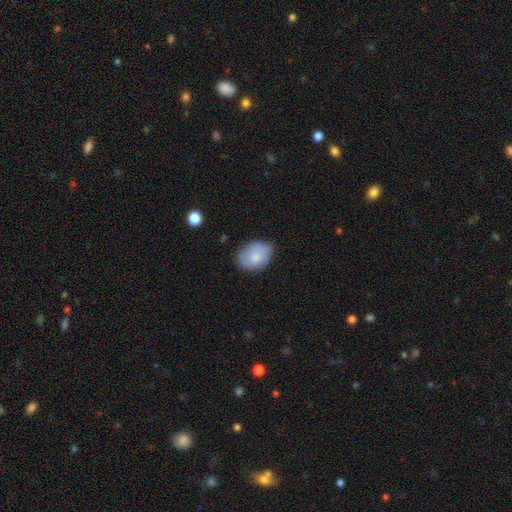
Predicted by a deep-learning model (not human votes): A smooth galaxy with no disk features (65%) that is in between round and cigar-shaped (60%).

Vote fractions:
- Smooth or featured? smooth: 65% / featured or disk: 28% / star or artifact: 7%
- How rounded? in between: 60% / round: 39% / cigar-shaped: 1%
- Merging? none: 69% / minor disturbance: 24% / major disturbance: 5% / merger: 2%